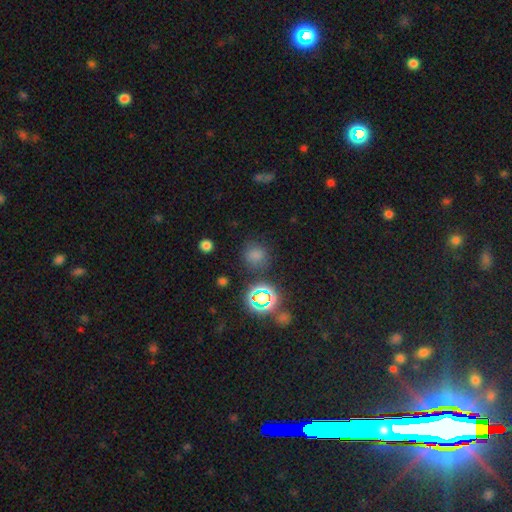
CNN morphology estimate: Smooth or featured? smooth (69%)
How rounded? round (87%)
Merging? none (80%)